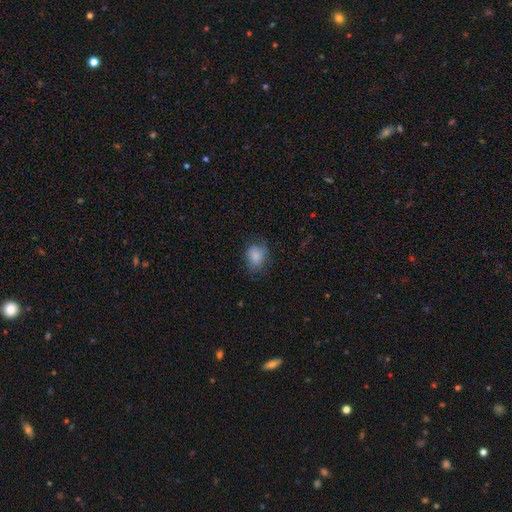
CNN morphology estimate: Overall: smooth (81%). How rounded: in between (62%; round 37%). Merging: none (62%; minor disturbance 25%).